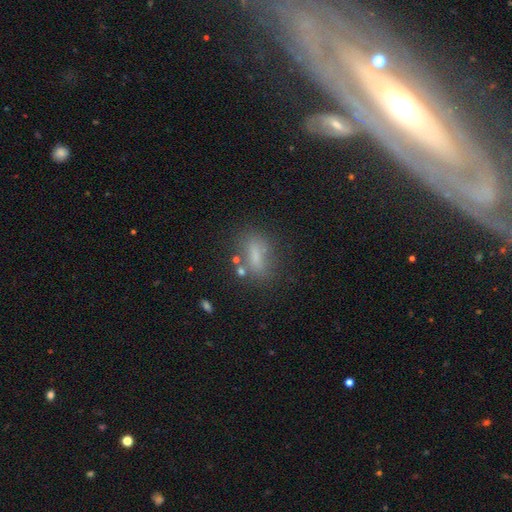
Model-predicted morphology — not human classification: The model was most divided on "how rounded": in between: 61%, cigar-shaped: 31%, round: 8%. More confident: smooth or featured — smooth (68%); merging — none (67%).